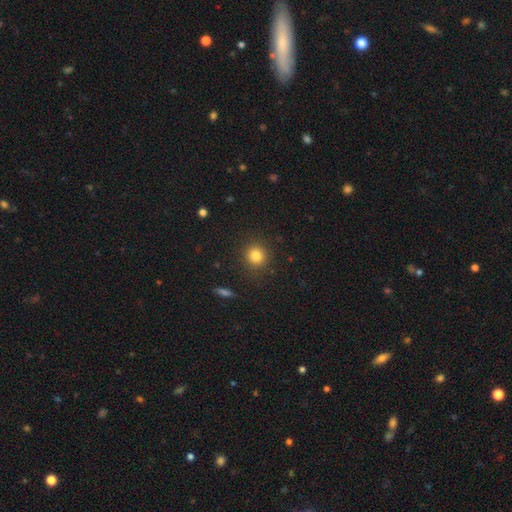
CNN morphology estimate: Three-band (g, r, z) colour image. It shows a smooth galaxy with no disk features (83%) that is round (89%). Merging: none (89%).